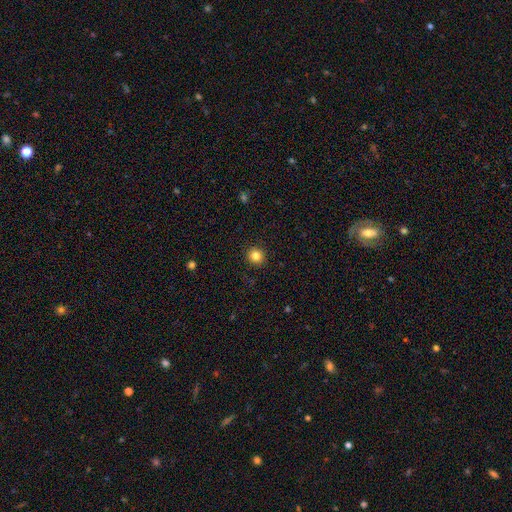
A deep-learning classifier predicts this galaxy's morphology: Smooth or featured? smooth (83%)
How rounded? round (92%)
Merging? none (92%)